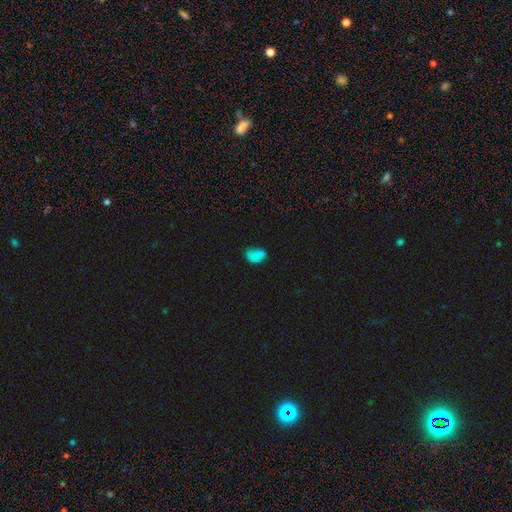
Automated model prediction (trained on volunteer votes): Smooth or featured? smooth (75%)
How rounded? in between (83%)
Merging? none (44%)